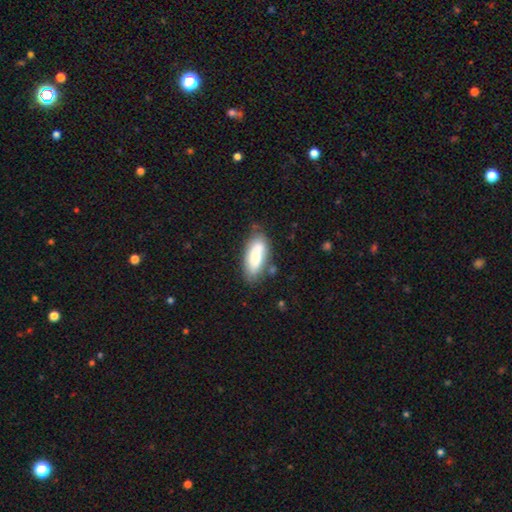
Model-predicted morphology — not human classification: Q: Smooth or featured?
A: smooth (69%); runner-up: featured or disk (25%)
Q: How rounded?
A: in between (82%); runner-up: cigar-shaped (16%)
Q: Merging?
A: none (67%); runner-up: minor disturbance (21%)